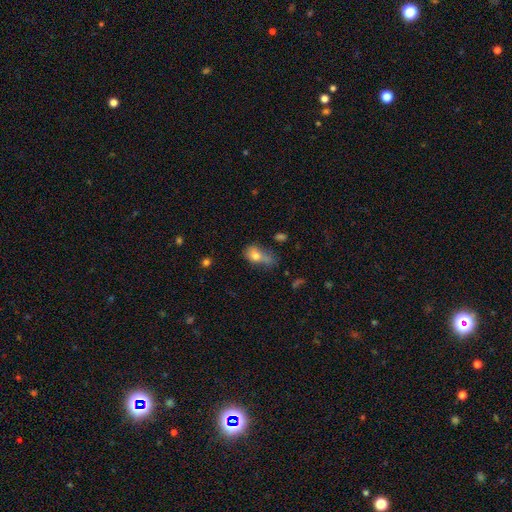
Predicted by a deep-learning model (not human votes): Q: Smooth or featured?
A: smooth (70%); runner-up: featured or disk (19%)
Q: How rounded?
A: in between (74%); runner-up: round (21%)
Q: Merging?
A: minor disturbance (30%); runner-up: major disturbance (29%)